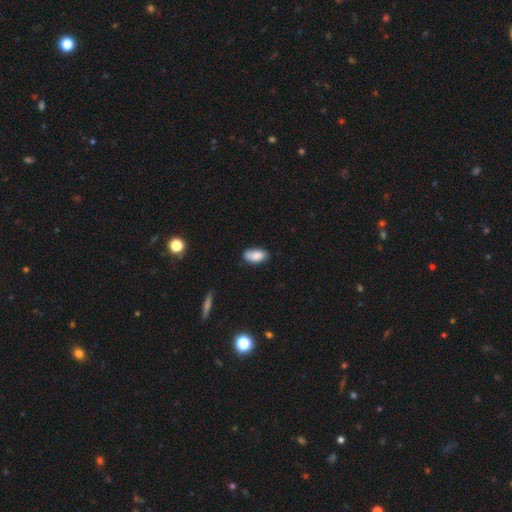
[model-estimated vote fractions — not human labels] Smooth or featured? smooth (84%)
How rounded? in between (94%)
Merging? none (76%)